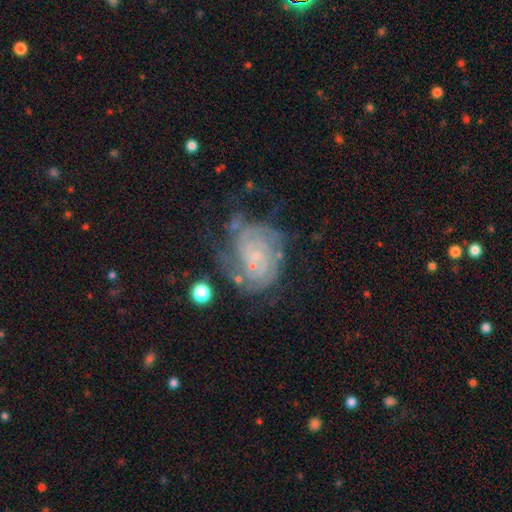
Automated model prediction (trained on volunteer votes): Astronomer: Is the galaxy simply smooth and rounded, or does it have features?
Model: featured or disk — 80%.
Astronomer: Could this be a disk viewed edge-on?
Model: no — 98%.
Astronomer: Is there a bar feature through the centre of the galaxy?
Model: no — 69%.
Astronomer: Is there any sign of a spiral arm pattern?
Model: yes — 93%.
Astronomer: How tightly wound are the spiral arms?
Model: tight — 68%.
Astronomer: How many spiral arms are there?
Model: can't tell — 38% (runner-up: 2, 21%).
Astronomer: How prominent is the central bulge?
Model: small — 78%.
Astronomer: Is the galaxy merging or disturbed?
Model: none — 52%.